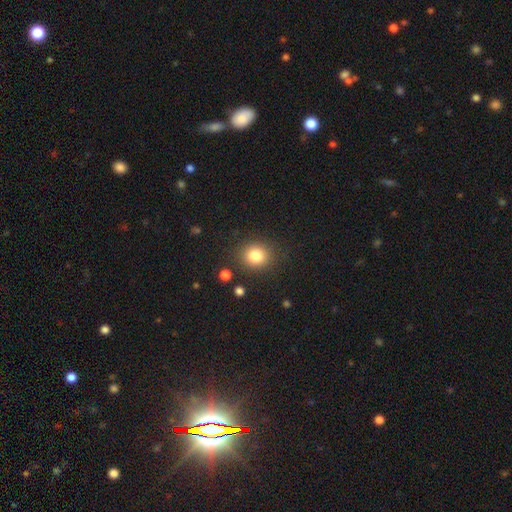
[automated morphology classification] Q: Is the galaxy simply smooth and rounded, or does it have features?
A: smooth — 82%.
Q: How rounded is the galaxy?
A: round — 79%.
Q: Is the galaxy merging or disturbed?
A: none — 86%.